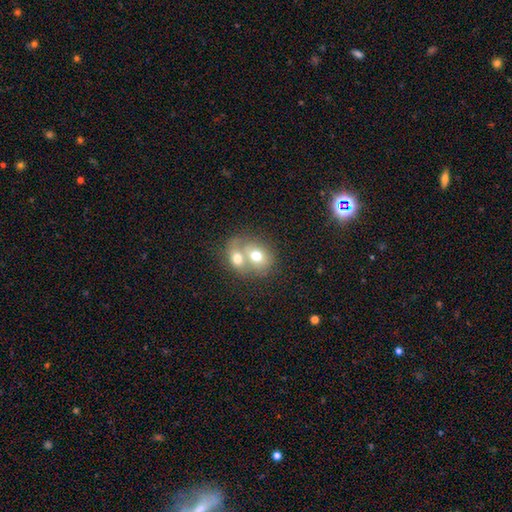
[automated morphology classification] This is likely a smooth galaxy (66%). How rounded: possibly round (54%). Merging: likely merger (71%).